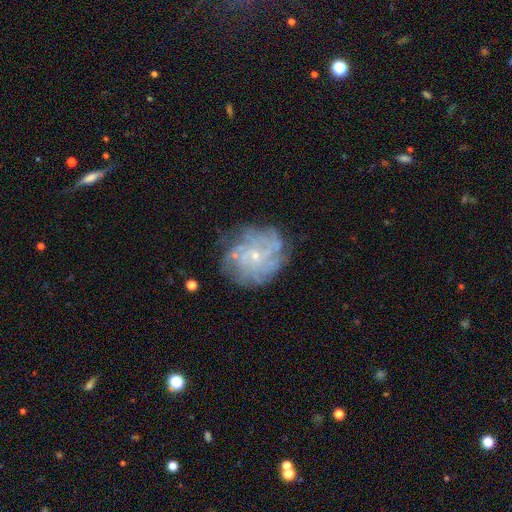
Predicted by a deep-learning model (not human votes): smooth-or-featured: featured or disk: 78% | smooth: 13% | star or artifact: 9%
  disk-edge-on: no: 97% | yes: 3%
    bar: no: 78% | weak: 19% | strong: 3%
    has-spiral-arms: yes: 87% | no: 13%
      spiral-winding: tight: 62% | medium: 28% | loose: 11%
      spiral-arm-count: can't tell: 39% | more than 4: 21% | 4: 19% | 3: 8% | 2: 7% | 1: 6%
    bulge-size: small: 81% | moderate: 15% | none: 3% | large: 1% | dominant: 1%
  merging: none: 72% | minor disturbance: 17% | major disturbance: 8% | merger: 2%